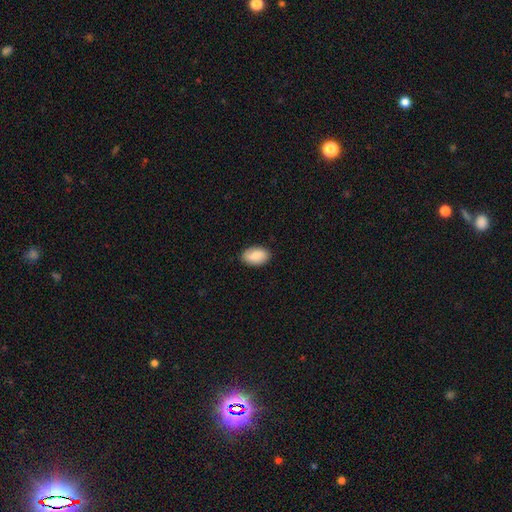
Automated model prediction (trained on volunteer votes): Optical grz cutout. It shows a smooth galaxy with no disk features (85%) that is in between round and cigar-shaped (92%). Merging: none (86%).